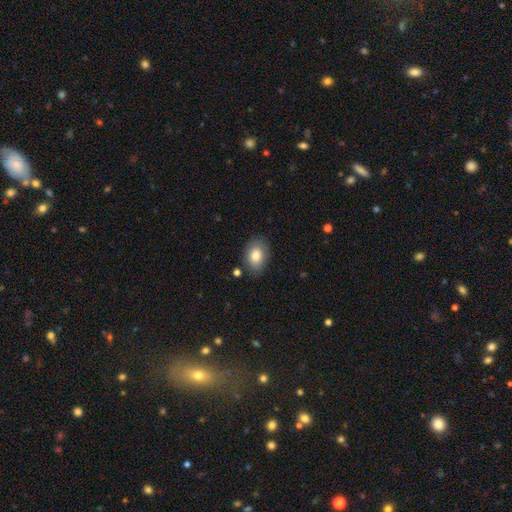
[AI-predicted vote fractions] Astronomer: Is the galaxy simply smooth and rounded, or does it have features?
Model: smooth — 81%.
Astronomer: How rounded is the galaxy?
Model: in between — 78%.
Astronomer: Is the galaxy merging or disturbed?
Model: none — 80%.